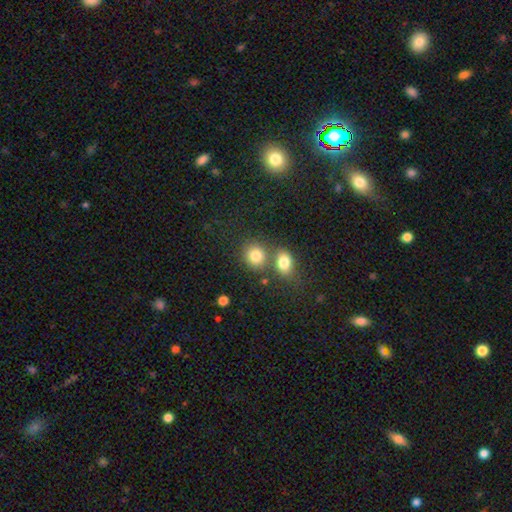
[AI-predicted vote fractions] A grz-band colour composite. It shows a smooth galaxy with no disk features (81%) that is round (74%). Merging: none (53%).